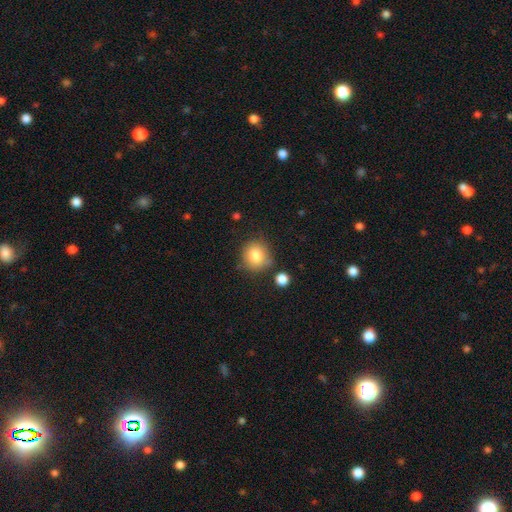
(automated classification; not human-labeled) Smooth or featured? smooth (81%)
How rounded? round (89%)
Merging? none (75%)